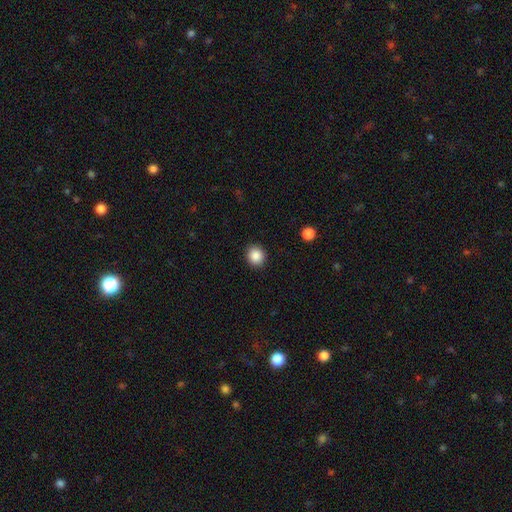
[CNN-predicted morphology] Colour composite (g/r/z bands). It shows a smooth galaxy with no disk features (87%) that is round (84%). Merging: none (91%).